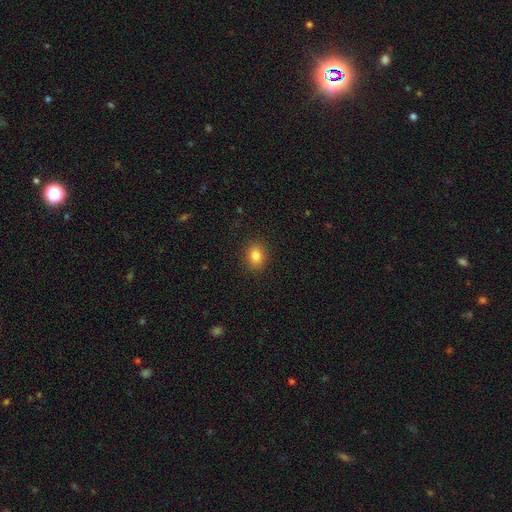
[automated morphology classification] smooth-or-featured: smooth: 83% | star or artifact: 11% | featured or disk: 6%
  how-rounded: round: 54% | in between: 45% | cigar-shaped: 1%
  merging: none: 89% | minor disturbance: 7% | major disturbance: 2% | merger: 1%